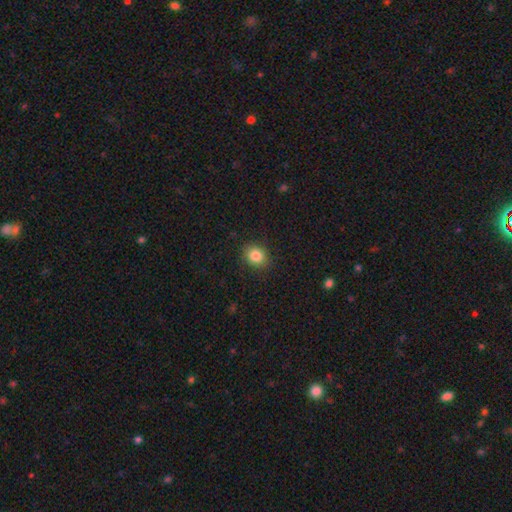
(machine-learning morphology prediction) The model was most divided on "how rounded": round: 65%, in between: 34%, cigar-shaped: 1%. More confident: merging — none (88%); smooth or featured — smooth (84%).